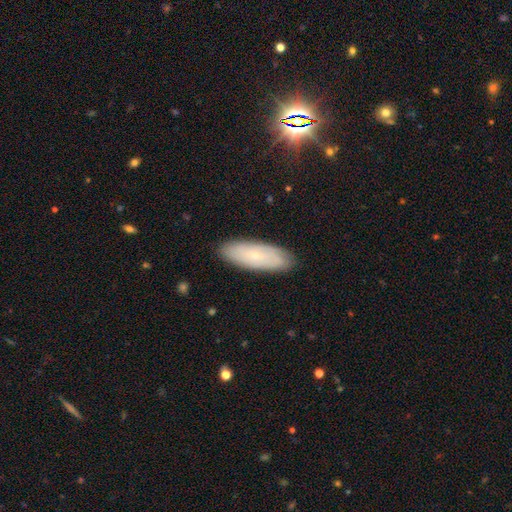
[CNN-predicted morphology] A smooth galaxy with no disk features (55%) that is in between round and cigar-shaped (67%). Merging: none (87%).